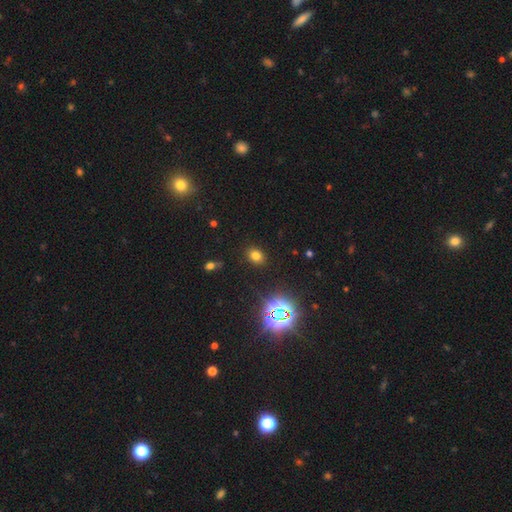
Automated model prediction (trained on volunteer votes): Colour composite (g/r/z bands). It shows a smooth galaxy with no disk features (71%) that is in between round and cigar-shaped (54%). Merging: none (88%).